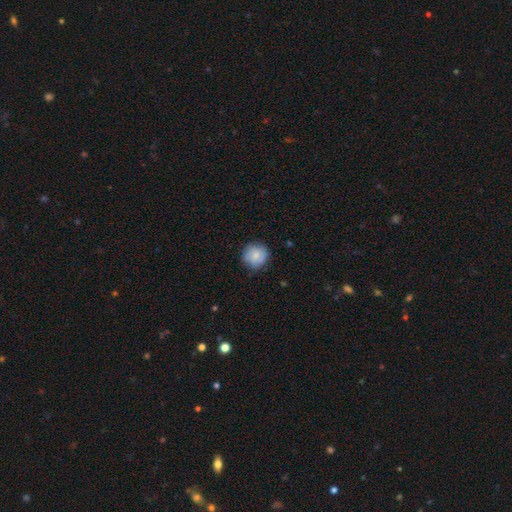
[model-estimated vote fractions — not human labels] Smooth or featured? Predicted: smooth (p=0.82). How rounded? Predicted: round (p=0.93). Merging? Predicted: none (p=0.85).